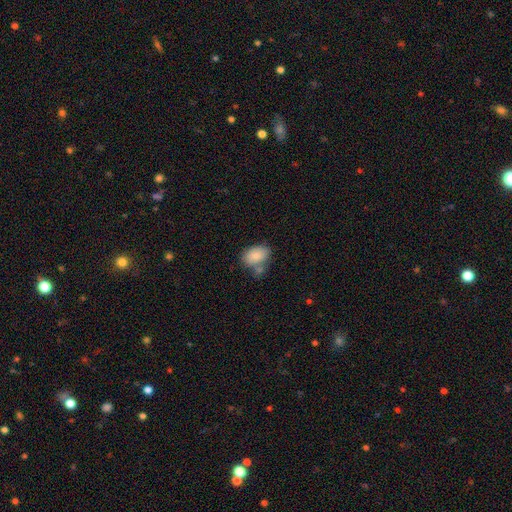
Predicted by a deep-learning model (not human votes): smooth 85%, featured or disk 8%, star or artifact 7%. Down the decision tree: how rounded — in between (85%); merging — none (54%).